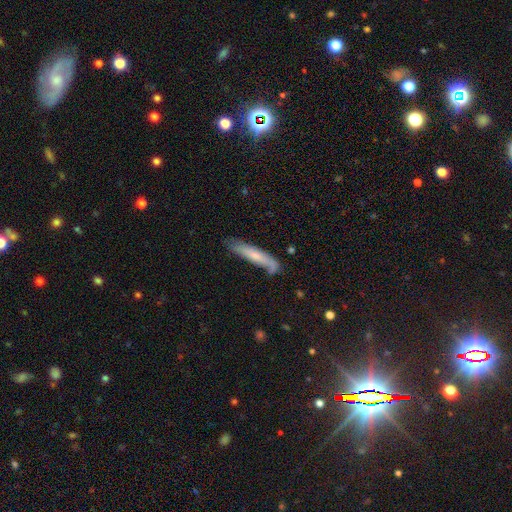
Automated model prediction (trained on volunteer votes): Smooth or featured? smooth (56%)
How rounded? cigar-shaped (88%)
Merging? none (65%)